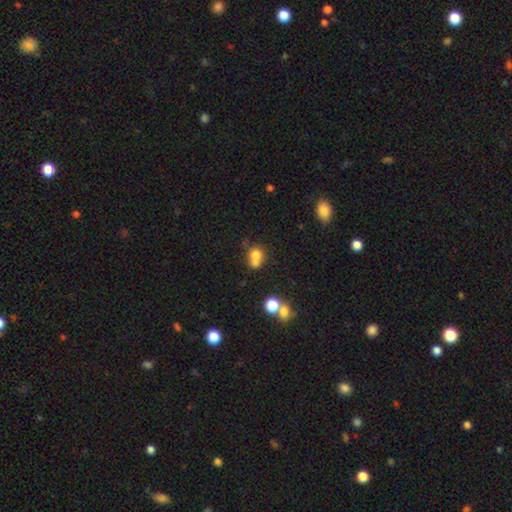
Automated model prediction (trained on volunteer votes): This appears to be a smooth galaxy with no disk features (71%) that is round (67%). Merging: merger (49%).